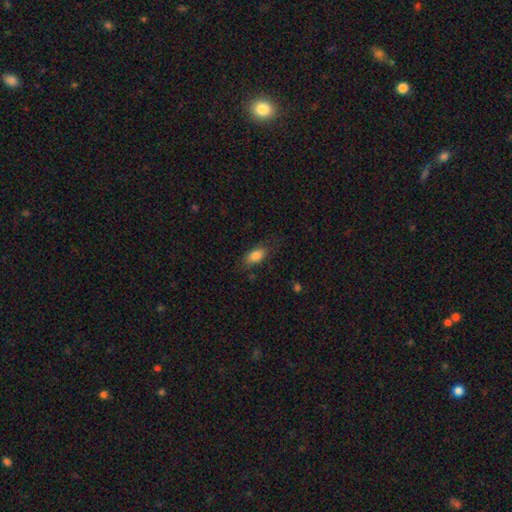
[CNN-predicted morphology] Smooth or featured?
  - smooth: 83% *
  - featured or disk: 9%
  - star or artifact: 8%
How rounded?
  - in between: 88% *
  - cigar-shaped: 7%
  - round: 5%
Merging?
  - none: 74% *
  - minor disturbance: 18%
  - major disturbance: 7%
  - merger: 1%